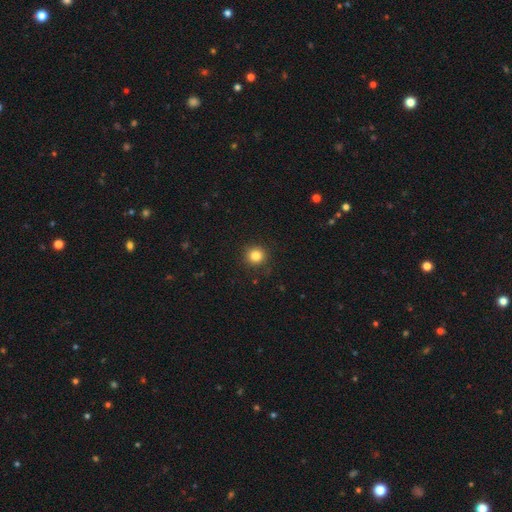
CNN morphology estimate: smooth-or-featured: smooth: 84% | star or artifact: 12% | featured or disk: 5%
  how-rounded: round: 94% | in between: 5% | cigar-shaped: 1%
  merging: none: 90% | minor disturbance: 7% | major disturbance: 2% | merger: 1%